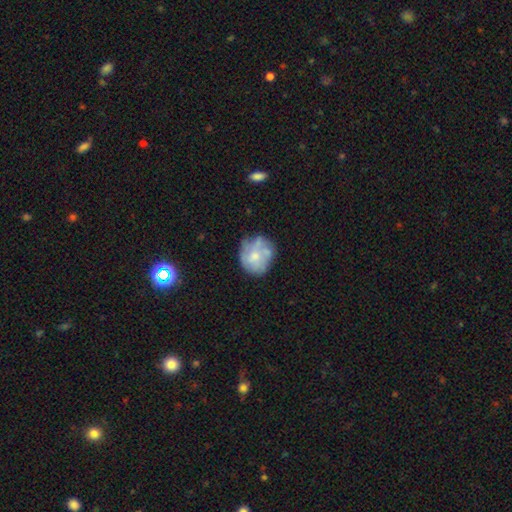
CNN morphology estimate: This is possibly a smooth galaxy (49%). Merging: possibly none (56%).